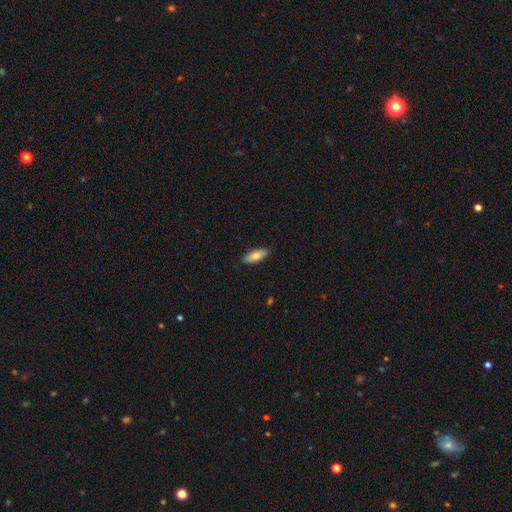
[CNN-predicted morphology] smooth 78%, featured or disk 16%, star or artifact 6%. Down the decision tree: how rounded — in between (76%); merging — none (87%).